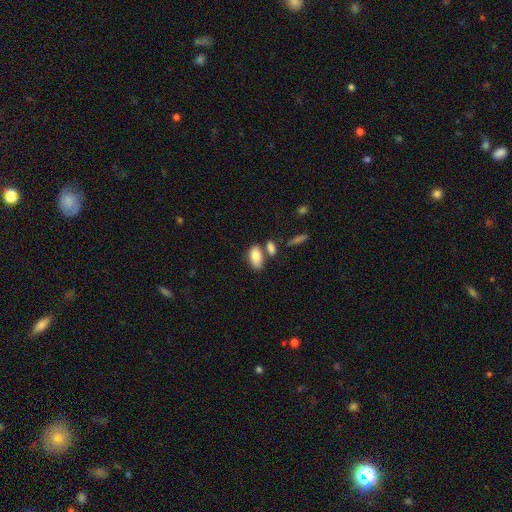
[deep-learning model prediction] This is clearly a smooth galaxy (82%). How rounded: clearly in between (91%). Merging: possibly none (58%).